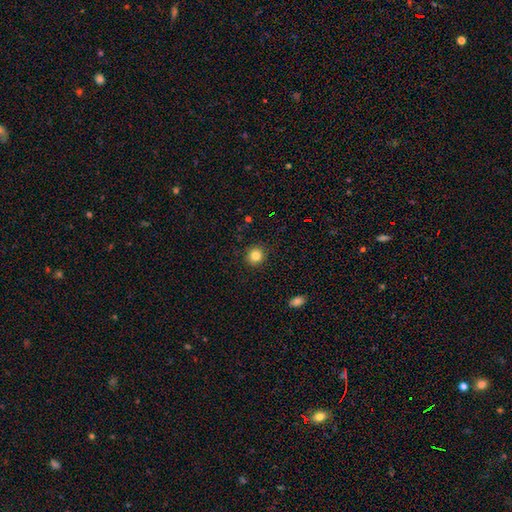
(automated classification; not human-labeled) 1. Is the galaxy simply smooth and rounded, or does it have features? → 83% smooth, 11% star or artifact, 6% featured or disk.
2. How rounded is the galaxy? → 92% round, 7% in between, 1% cigar-shaped.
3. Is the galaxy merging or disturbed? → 91% none, 6% minor disturbance, 2% major disturbance, 1% merger.